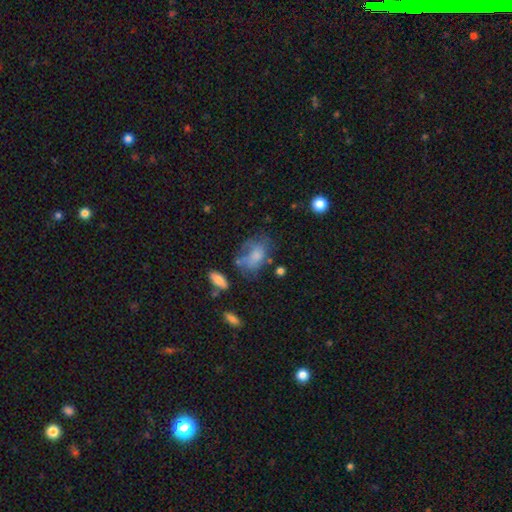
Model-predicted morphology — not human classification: smooth-or-featured: smooth: 63% | featured or disk: 27% | star or artifact: 10%
  how-rounded: in between: 78% | round: 21% | cigar-shaped: 2%
  merging: none: 34% | major disturbance: 31% | minor disturbance: 27% | merger: 8%